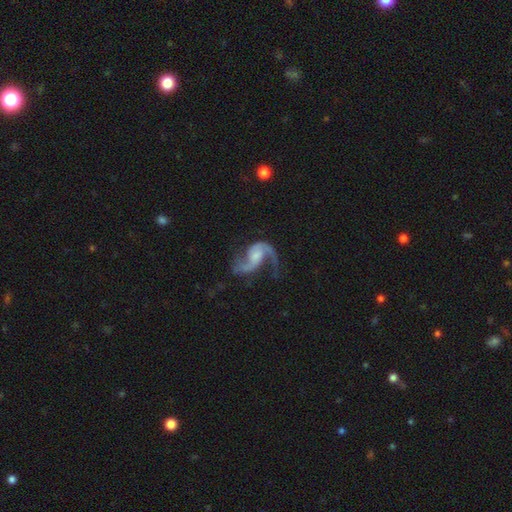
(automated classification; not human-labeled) A featured or disk galaxy (91%) with no bar (53%), 2 (91%) loose (61%) spiral arms (97%) and a small central bulge (39%). Merging: none (62%).